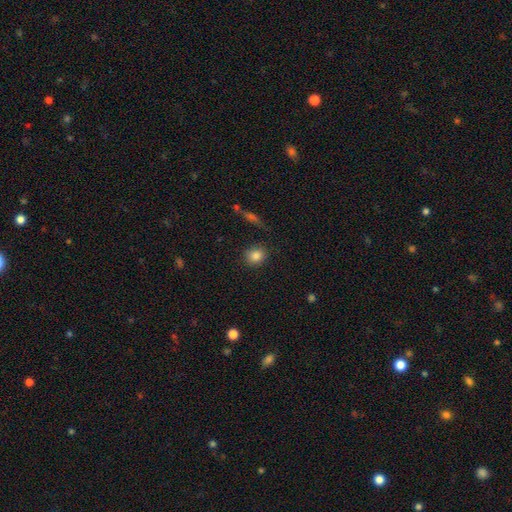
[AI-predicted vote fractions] smooth 84%, star or artifact 10%, featured or disk 6%. Down the decision tree: how rounded — round (75%); merging — none (85%).